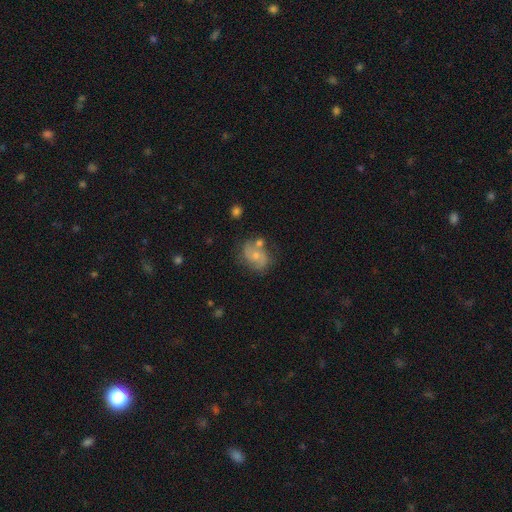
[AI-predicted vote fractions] Smooth or featured? featured or disk (61%)
Edge-on disk? no (97%)
Bar? no (69%)
Spiral arms? yes (83%)
Bulge size? small (48%)
Merging? none (58%)